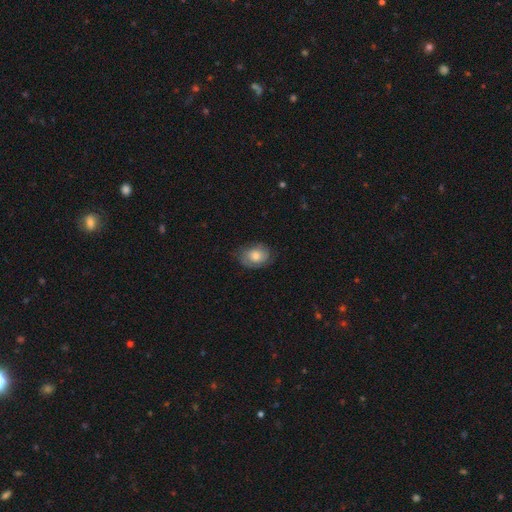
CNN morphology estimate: Smooth or featured? Predicted: smooth (p=0.55). How rounded? Predicted: in between (p=0.68). Merging? Predicted: none (p=0.69).